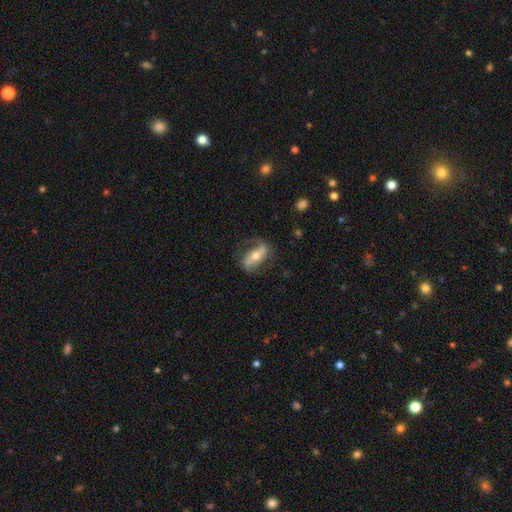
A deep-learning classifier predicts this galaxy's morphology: A featured or disk galaxy (70%) with a strong bar (49%), 2 (85%) loose (43%) spiral arms (85%) and a moderate central bulge (63%).

Vote fractions:
- Smooth or featured? featured or disk: 70% / smooth: 23% / star or artifact: 6%
- Edge-on disk? no: 90% / yes: 10%
- Bar? strong: 49% / no: 27% / weak: 24%
- Spiral arms? yes: 85% / no: 15%
- Spiral winding? loose: 43% / medium: 39% / tight: 18%
- Spiral arm count? 2: 85% / can't tell: 7% / 1: 5% / 3: 1% / 4: 1% / more than 4: 1%
- Bulge size? moderate: 63% / small: 30% / large: 5% / dominant: 1% / none: 1%
- Merging? none: 68% / minor disturbance: 19% / major disturbance: 12% / merger: 2%